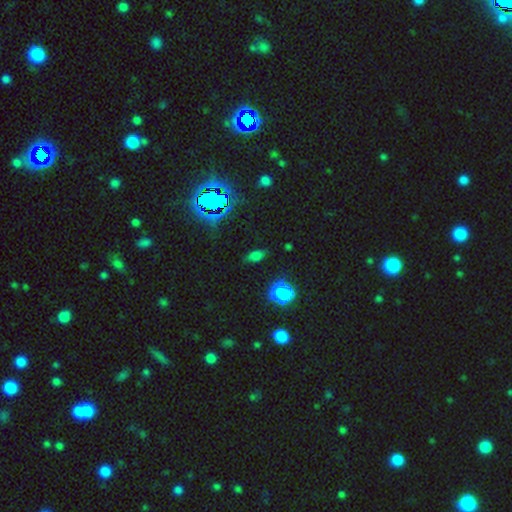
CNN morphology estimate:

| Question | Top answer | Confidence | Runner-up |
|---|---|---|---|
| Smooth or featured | smooth | 57% | star or artifact (31%) |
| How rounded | in between | 75% | round (15%) |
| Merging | none | 79% | minor disturbance (14%) |